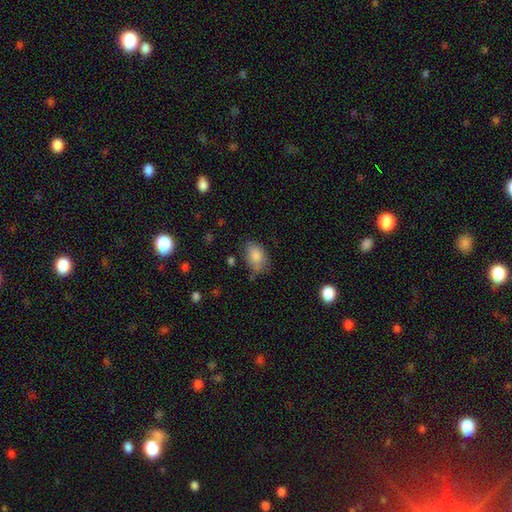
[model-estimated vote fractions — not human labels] Smooth or featured? Predicted: smooth (p=0.82). How rounded? Predicted: in between (p=0.84). Merging? Predicted: none (p=0.66).